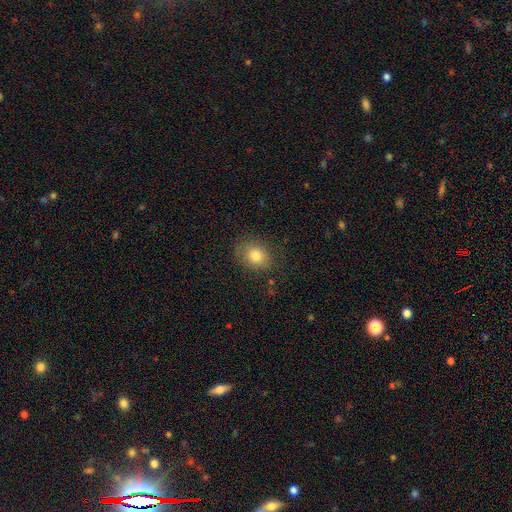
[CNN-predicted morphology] Q: Smooth or featured?
A: smooth (80%); runner-up: star or artifact (10%)
Q: How rounded?
A: round (54%); runner-up: in between (45%)
Q: Merging?
A: none (81%); runner-up: minor disturbance (13%)